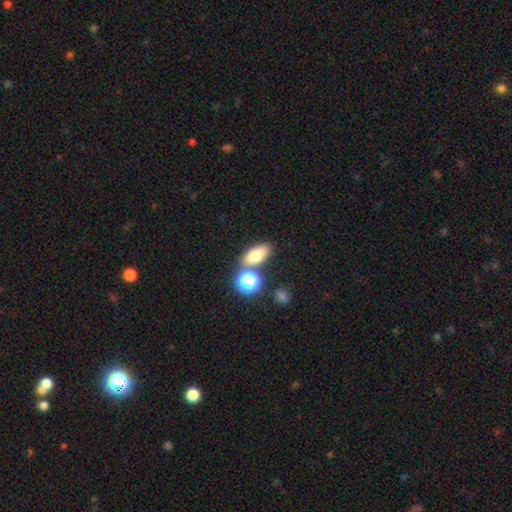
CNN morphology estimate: Smooth or featured?
  - smooth: 72% *
  - star or artifact: 14%
  - featured or disk: 14%
How rounded?
  - in between: 75% *
  - round: 18%
  - cigar-shaped: 8%
Merging?
  - none: 69% *
  - merger: 17%
  - minor disturbance: 10%
  - major disturbance: 4%